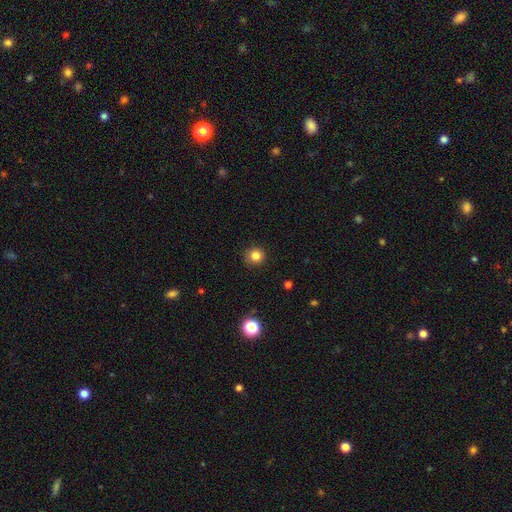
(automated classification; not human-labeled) Smooth or featured? smooth (83%)
How rounded? round (93%)
Merging? none (89%)